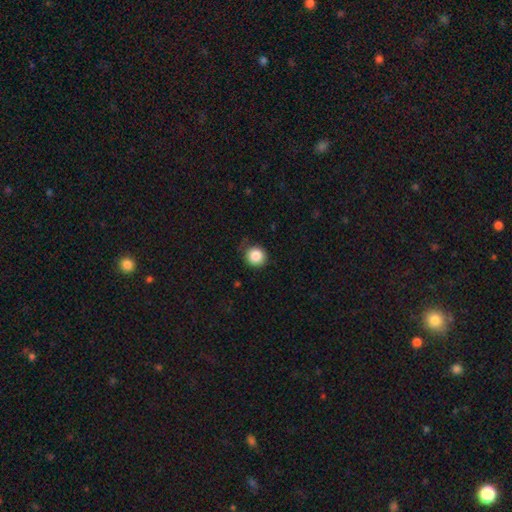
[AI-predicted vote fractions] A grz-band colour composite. It shows a smooth galaxy with no disk features (85%) that is round (92%). Merging: none (77%).